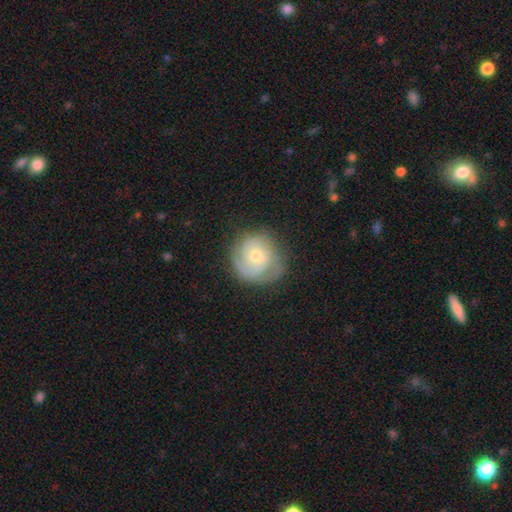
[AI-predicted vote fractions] Q: Smooth or featured?
A: featured or disk (60%); runner-up: smooth (33%)
Q: Edge-on disk?
A: no (97%); runner-up: yes (3%)
Q: Bar?
A: no (76%); runner-up: weak (20%)
Q: Spiral arms?
A: yes (82%); runner-up: no (18%)
Q: Bulge size?
A: moderate (53%); runner-up: small (42%)
Q: Merging?
A: none (67%); runner-up: minor disturbance (21%)